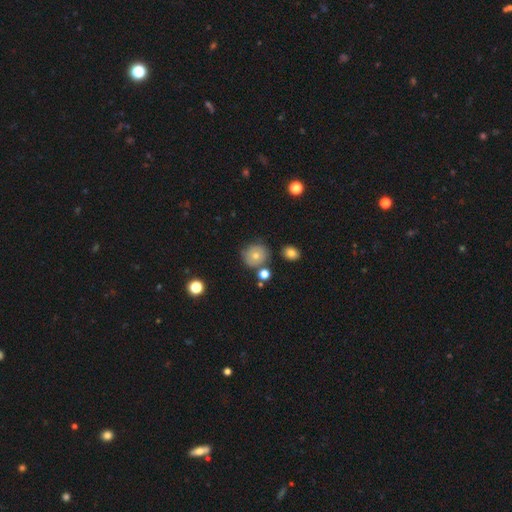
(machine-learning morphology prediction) Smooth or featured: smooth — 70% (featured or disk — 18%)
How rounded: round — 87% (in between — 12%)
Merging: none — 76% (minor disturbance — 14%)